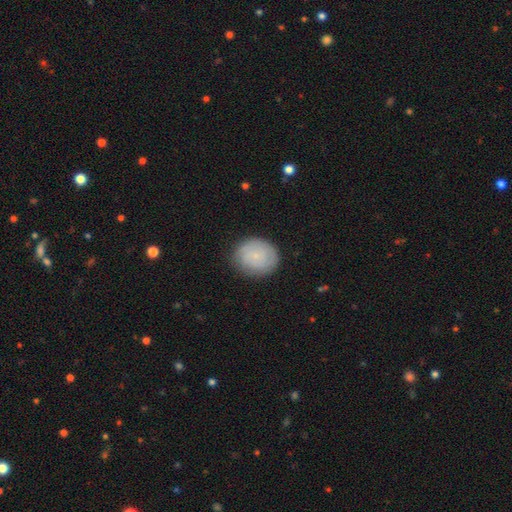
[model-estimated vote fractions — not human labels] Q: Smooth or featured?
A: smooth (70%); runner-up: featured or disk (22%)
Q: How rounded?
A: round (76%); runner-up: in between (23%)
Q: Merging?
A: none (82%); runner-up: minor disturbance (14%)